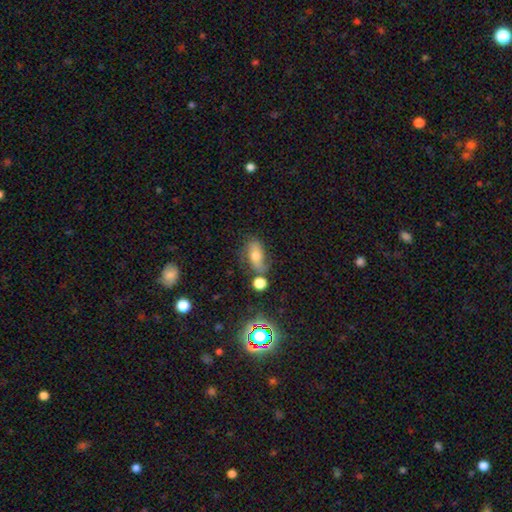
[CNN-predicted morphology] Smooth or featured? smooth (49%)
Merging? none (51%)